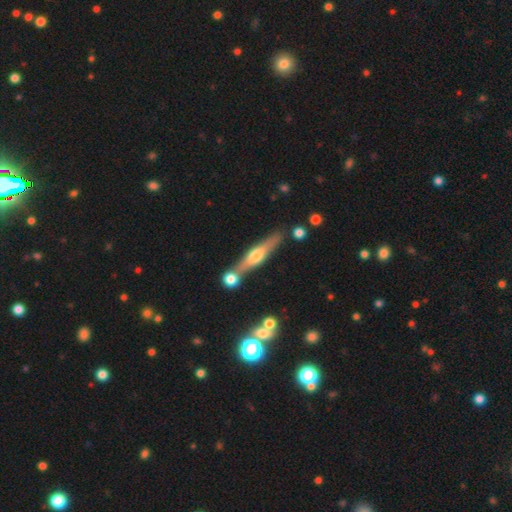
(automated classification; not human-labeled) A featured or disk galaxy (61%) viewed edge-on (93%) with a rounded central bulge (89%). Merging: none (63%).